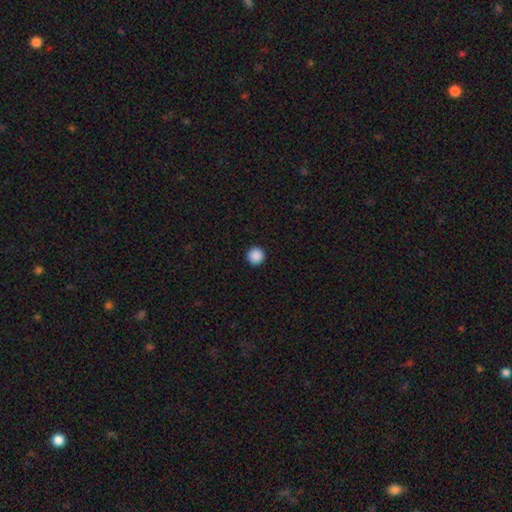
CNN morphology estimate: Q: Smooth or featured?
A: smooth (89%); runner-up: star or artifact (9%)
Q: How rounded?
A: round (97%); runner-up: in between (3%)
Q: Merging?
A: none (94%); runner-up: minor disturbance (4%)